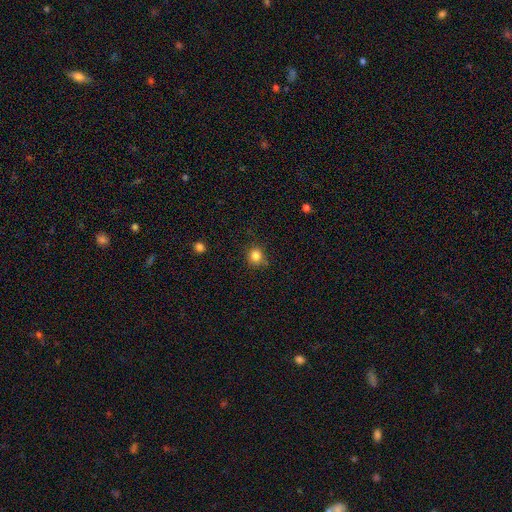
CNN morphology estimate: The model was most divided on "merging": none: 81%, minor disturbance: 13%, major disturbance: 3%, merger: 3%. More confident: how rounded — round (88%); smooth or featured — smooth (83%).